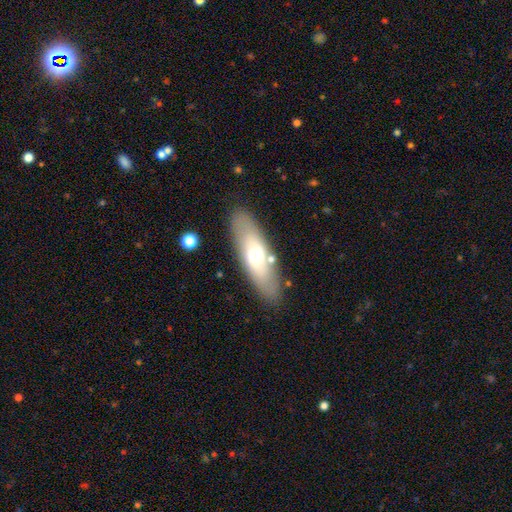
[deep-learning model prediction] This is possibly a smooth galaxy (54%). How rounded: possibly in between (59%). Merging: clearly none (83%).